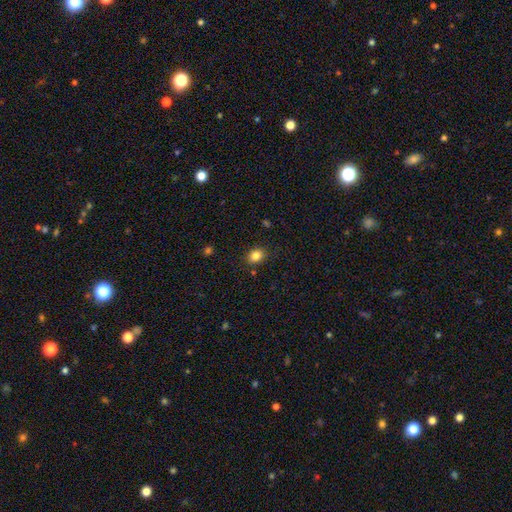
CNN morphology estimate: Overall: smooth (83%). How rounded: round (50%; in between 49%). Merging: none (85%).